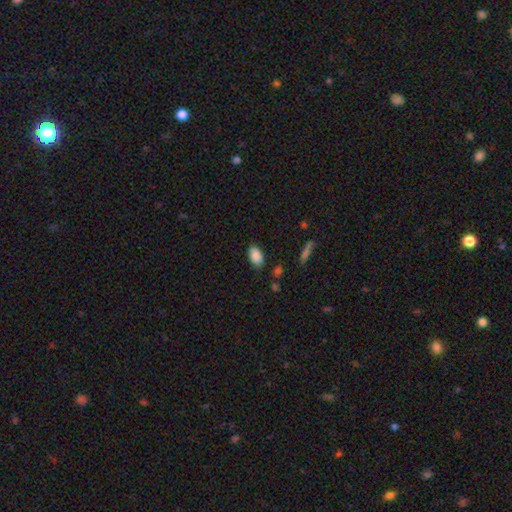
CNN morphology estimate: This is clearly a smooth galaxy (88%). How rounded: clearly in between (92%). Merging: likely none (79%).